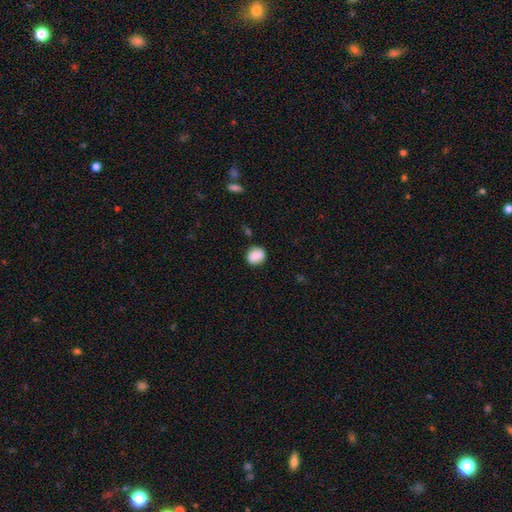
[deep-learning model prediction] Smooth or featured? Predicted: smooth (p=0.86). How rounded? Predicted: round (p=0.72). Merging? Predicted: none (p=0.82).